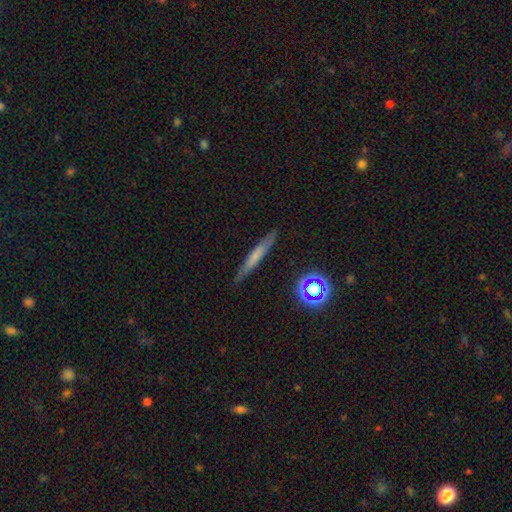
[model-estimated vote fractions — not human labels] A smooth galaxy with no disk features (55%) that is cigar-shaped (92%). Merging: none (85%).